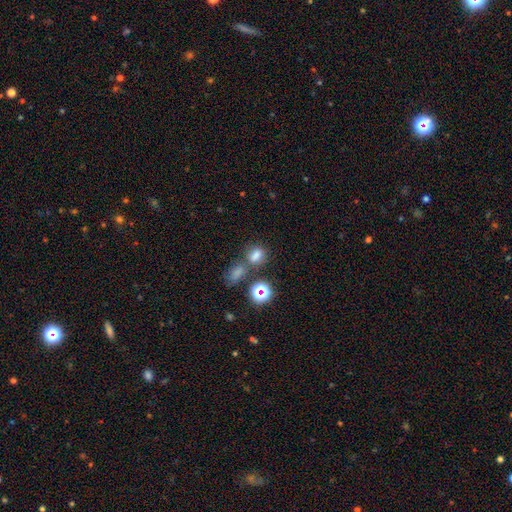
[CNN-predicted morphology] This is likely a smooth galaxy (71%). How rounded: possibly in between (58%). Merging: possibly none (53%).